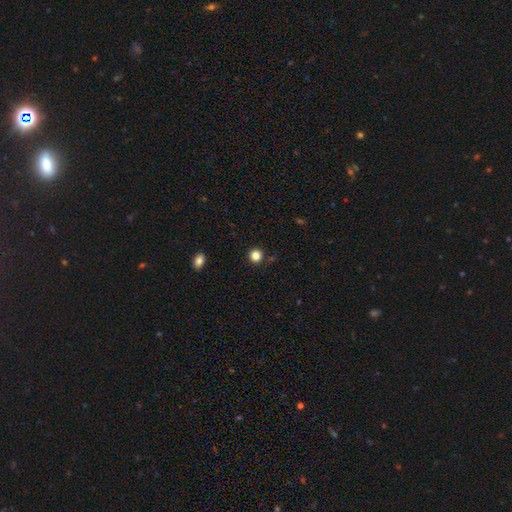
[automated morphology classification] Smooth or featured: smooth — 83% (star or artifact — 13%)
How rounded: round — 94% (in between — 5%)
Merging: none — 91% (minor disturbance — 5%)